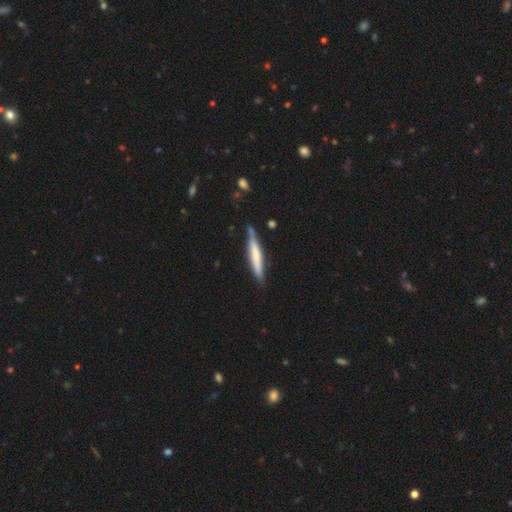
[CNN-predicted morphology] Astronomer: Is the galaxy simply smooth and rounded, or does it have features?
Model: smooth — 57% (runner-up: featured or disk, 38%).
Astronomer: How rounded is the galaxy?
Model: cigar-shaped — 92%.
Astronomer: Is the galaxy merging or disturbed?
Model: none — 77%.